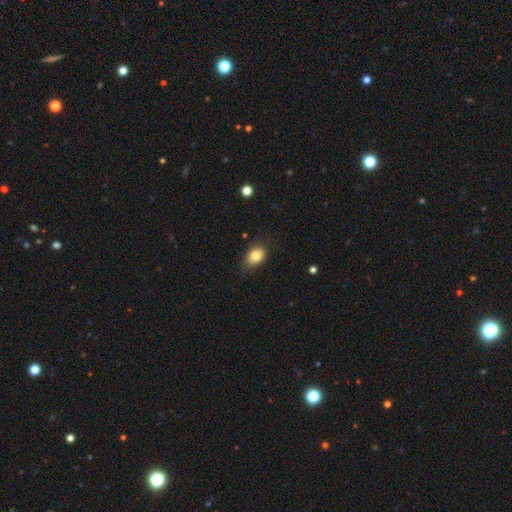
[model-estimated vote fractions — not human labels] smooth-or-featured: smooth: 83% | featured or disk: 9% | star or artifact: 9%
  how-rounded: in between: 80% | round: 19% | cigar-shaped: 1%
  merging: none: 75% | minor disturbance: 19% | major disturbance: 4% | merger: 1%